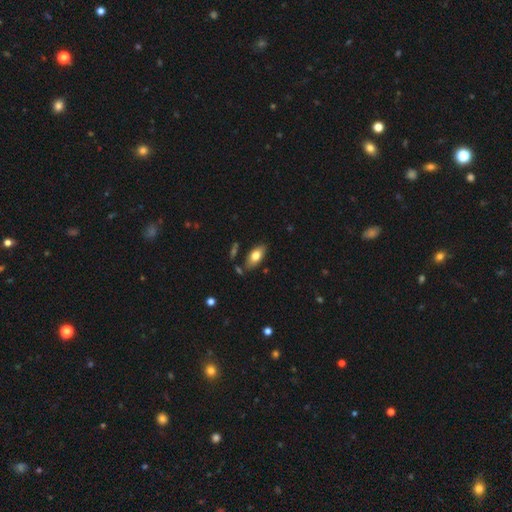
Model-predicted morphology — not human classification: smooth 75%, featured or disk 19%, star or artifact 7%. Down the decision tree: how rounded — in between (90%); merging — none (79%).